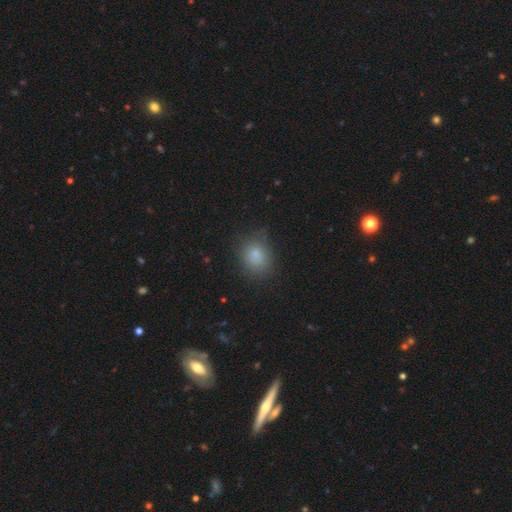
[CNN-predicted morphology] This is clearly a smooth galaxy (80%). How rounded: likely round (61%). Merging: likely none (76%).